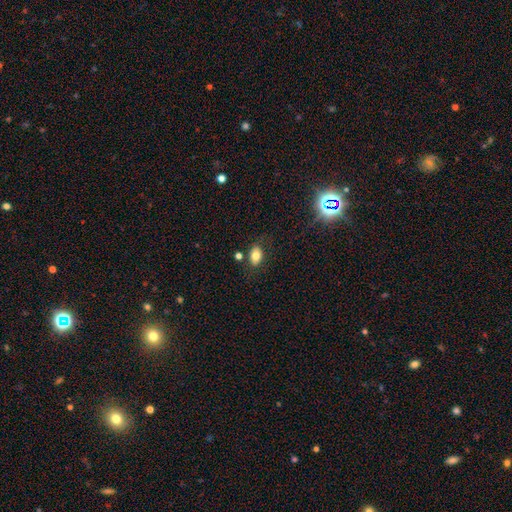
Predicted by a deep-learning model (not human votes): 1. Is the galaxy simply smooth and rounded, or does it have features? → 77% smooth, 13% featured or disk, 10% star or artifact.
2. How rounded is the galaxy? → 85% in between, 14% round, 1% cigar-shaped.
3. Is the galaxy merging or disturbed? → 76% none, 14% minor disturbance, 6% merger, 4% major disturbance.